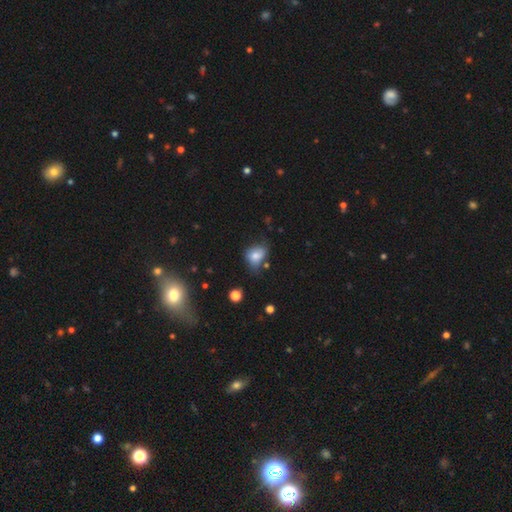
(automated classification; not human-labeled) A smooth galaxy with no disk features (77%) that is in between round and cigar-shaped (63%).

Vote fractions:
- Smooth or featured? smooth: 77% / featured or disk: 12% / star or artifact: 11%
- How rounded? in between: 63% / round: 36% / cigar-shaped: 1%
- Merging? none: 43% / minor disturbance: 36% / major disturbance: 13% / merger: 8%